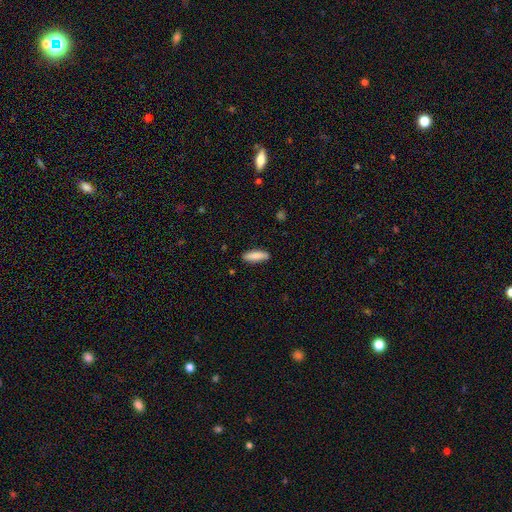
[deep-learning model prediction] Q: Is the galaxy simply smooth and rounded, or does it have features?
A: smooth — 86%.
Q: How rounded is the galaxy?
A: in between — 52%.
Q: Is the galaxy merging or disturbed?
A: none — 87%.